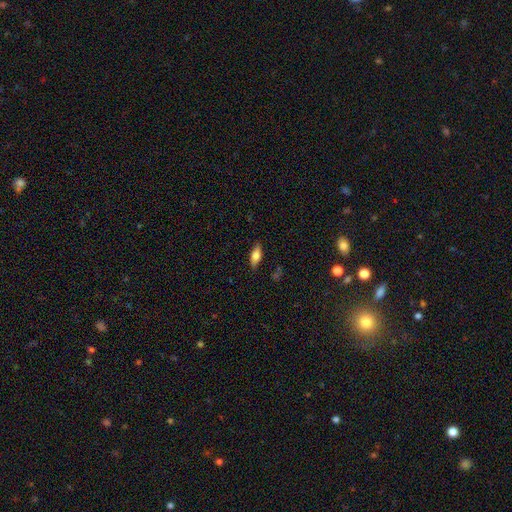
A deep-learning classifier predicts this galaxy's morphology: Overall: smooth (68%). How rounded: in between (77%). Merging: none (83%).